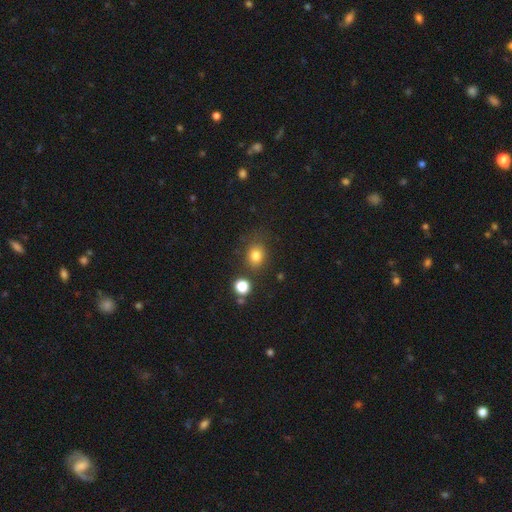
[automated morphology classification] This is likely a smooth galaxy (80%). How rounded: likely round (63%). Merging: likely none (71%).